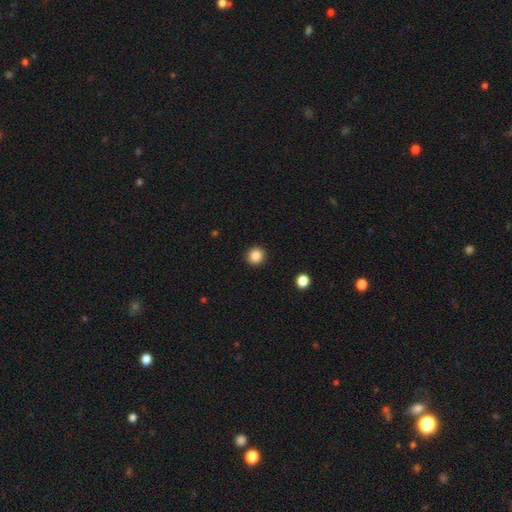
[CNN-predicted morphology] Q: Smooth or featured?
A: smooth (86%); runner-up: star or artifact (10%)
Q: How rounded?
A: round (90%); runner-up: in between (9%)
Q: Merging?
A: none (92%); runner-up: minor disturbance (5%)